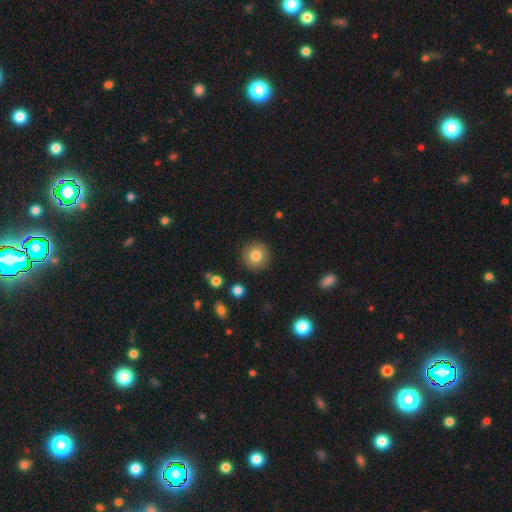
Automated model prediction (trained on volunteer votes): Overall: smooth (81%). How rounded: round (94%). Merging: none (91%).